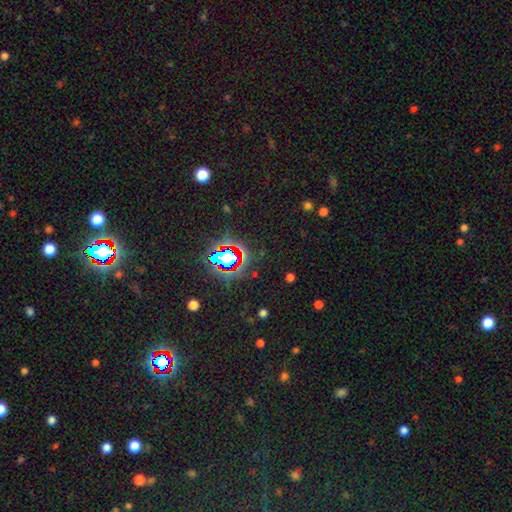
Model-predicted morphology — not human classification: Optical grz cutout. It shows a star or artifact, not a galaxy (79%).